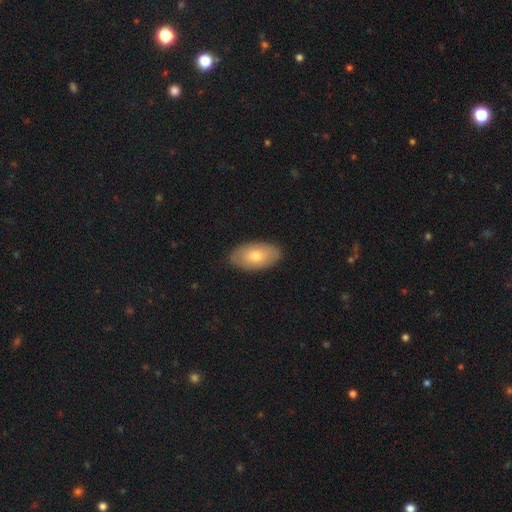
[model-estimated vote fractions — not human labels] Smooth or featured? Predicted: smooth (p=0.70). How rounded? Predicted: in between (p=0.94). Merging? Predicted: none (p=0.86).